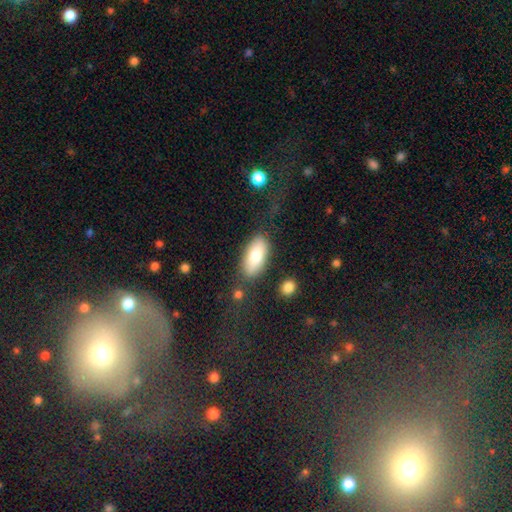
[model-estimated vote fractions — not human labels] Morphology: type=smooth (80%); roundness=in between (88%); merging=none (77%).